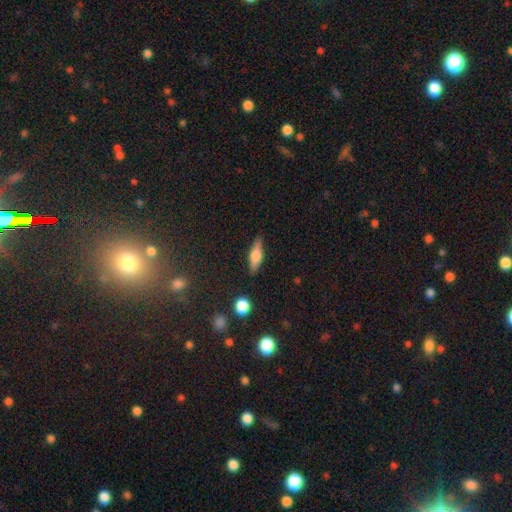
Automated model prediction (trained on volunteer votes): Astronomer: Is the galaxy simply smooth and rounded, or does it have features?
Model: smooth — 53% (runner-up: featured or disk, 39%).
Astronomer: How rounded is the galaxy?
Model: cigar-shaped — 53% (runner-up: in between, 43%).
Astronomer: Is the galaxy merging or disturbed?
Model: none — 83%.